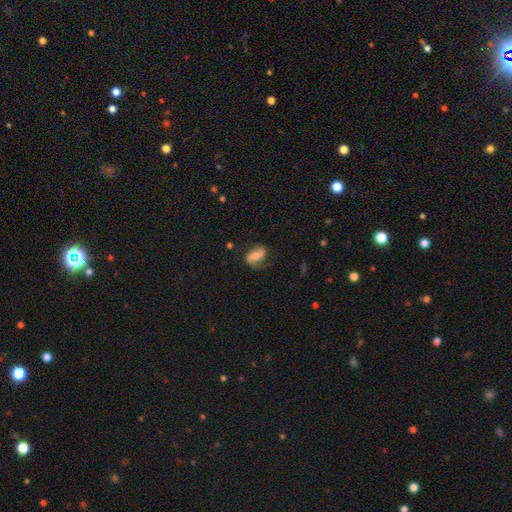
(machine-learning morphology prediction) Smooth or featured: featured or disk — 68% (smooth — 23%)
Edge-on disk: no — 97% (yes — 3%)
Bar: no — 43% (weak — 36%)
Spiral arms: yes — 93% (no — 7%)
Spiral winding: loose — 49% (medium — 37%)
Spiral arm count: 2 — 86% (1 — 7%)
Bulge size: moderate — 35% (small — 32%)
Merging: none — 67% (minor disturbance — 19%)